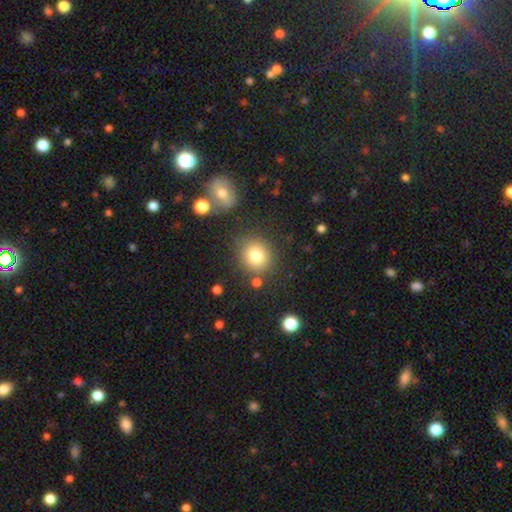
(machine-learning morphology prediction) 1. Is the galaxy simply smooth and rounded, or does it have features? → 80% smooth, 12% star or artifact, 9% featured or disk.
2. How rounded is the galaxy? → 83% round, 16% in between, 1% cigar-shaped.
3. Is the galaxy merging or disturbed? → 80% none, 10% minor disturbance, 6% merger, 4% major disturbance.